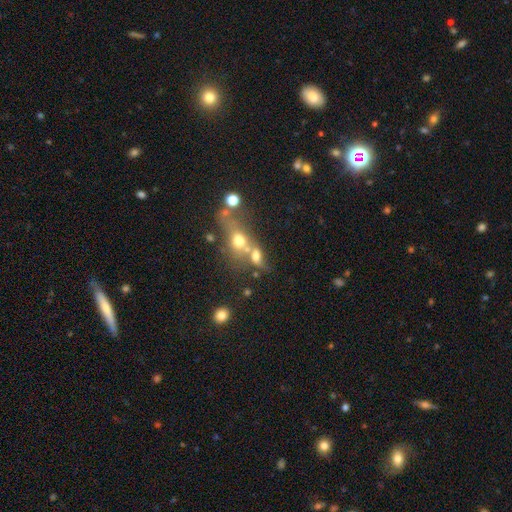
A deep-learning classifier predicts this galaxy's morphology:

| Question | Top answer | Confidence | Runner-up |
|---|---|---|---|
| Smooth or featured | smooth | 63% | featured or disk (21%) |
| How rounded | in between | 56% | round (38%) |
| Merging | merger | 55% | none (24%) |